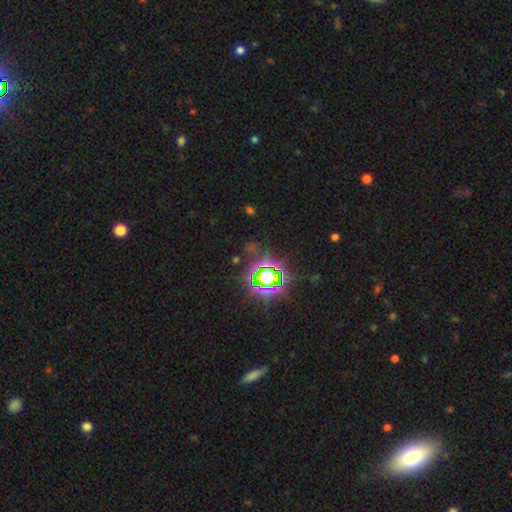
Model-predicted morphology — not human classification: A star or artifact, not a galaxy (82%).